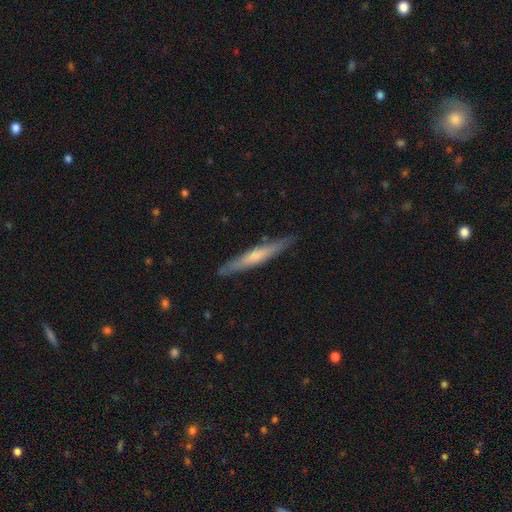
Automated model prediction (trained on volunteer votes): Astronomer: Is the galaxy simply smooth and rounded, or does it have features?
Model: featured or disk — 49% (runner-up: smooth, 46%).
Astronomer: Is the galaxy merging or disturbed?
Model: none — 88%.